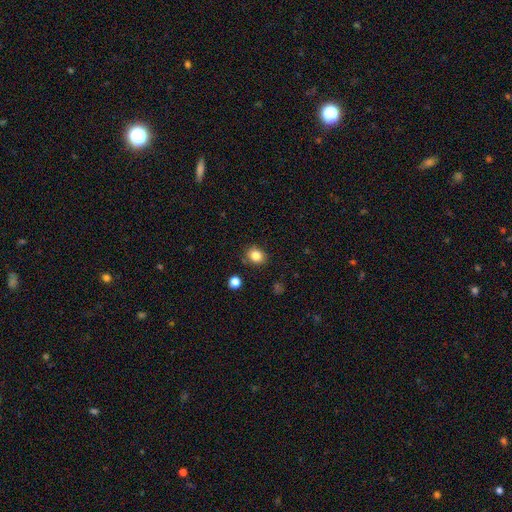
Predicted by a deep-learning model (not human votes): A smooth galaxy with no disk features (83%) that is round (60%).

Vote fractions:
- Smooth or featured? smooth: 83% / star or artifact: 11% / featured or disk: 6%
- How rounded? round: 60% / in between: 39% / cigar-shaped: 1%
- Merging? none: 84% / minor disturbance: 11% / merger: 3% / major disturbance: 3%